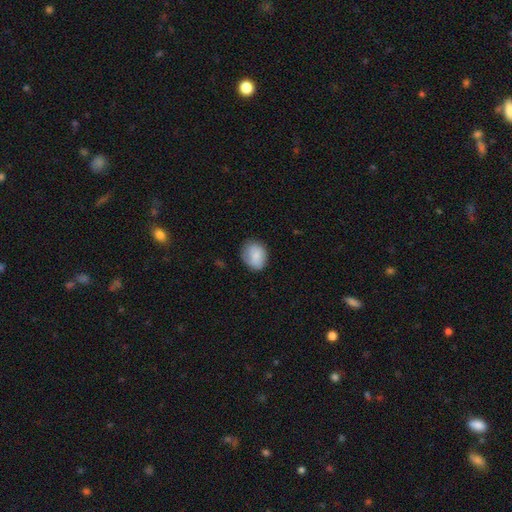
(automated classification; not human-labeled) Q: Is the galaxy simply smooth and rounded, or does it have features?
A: smooth — 84%.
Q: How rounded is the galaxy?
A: in between — 51%.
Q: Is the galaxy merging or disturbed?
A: none — 76%.